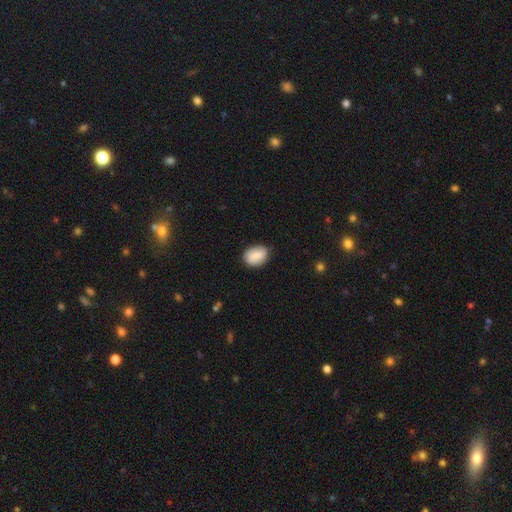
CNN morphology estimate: Q: Smooth or featured?
A: smooth (82%); runner-up: featured or disk (11%)
Q: How rounded?
A: in between (64%); runner-up: round (35%)
Q: Merging?
A: none (79%); runner-up: minor disturbance (16%)